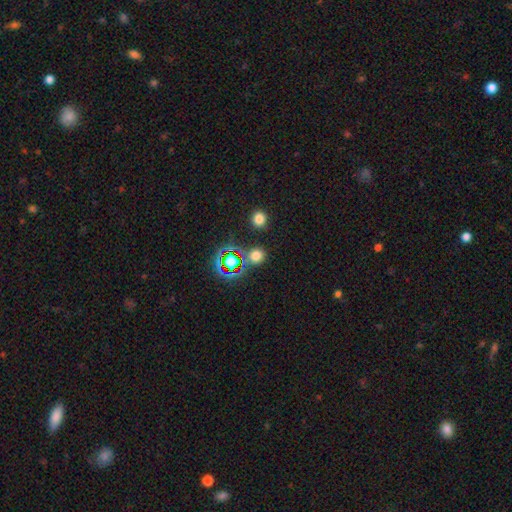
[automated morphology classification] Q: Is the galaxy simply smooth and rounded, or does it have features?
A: smooth — 65%.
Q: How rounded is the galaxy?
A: round — 86%.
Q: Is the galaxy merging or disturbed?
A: none — 79%.